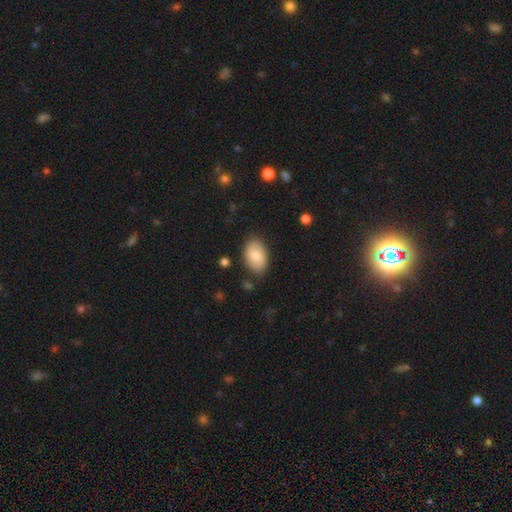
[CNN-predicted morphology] Overall: smooth (79%). How rounded: in between (91%). Merging: none (83%).